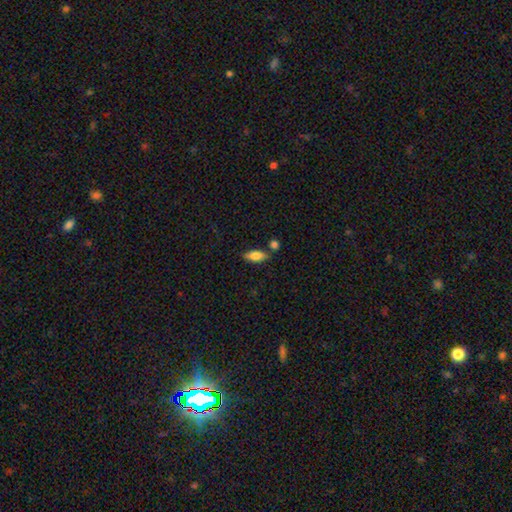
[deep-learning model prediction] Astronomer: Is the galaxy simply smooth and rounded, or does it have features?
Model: smooth — 73%.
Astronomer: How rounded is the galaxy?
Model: in between — 75%.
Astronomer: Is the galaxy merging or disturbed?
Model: none — 76%.